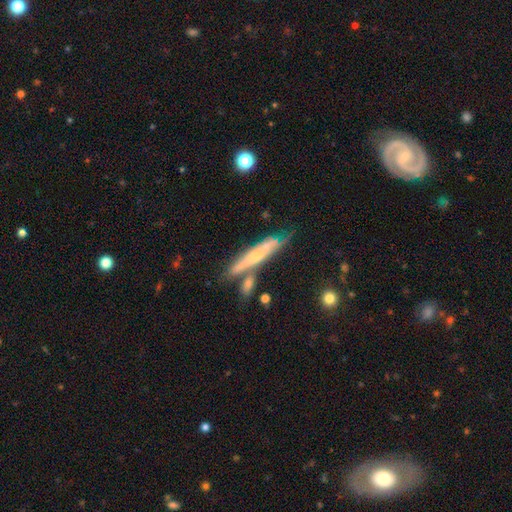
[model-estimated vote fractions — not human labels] A featured or disk galaxy (60%) viewed edge-on (80%). Merging: none (55%).